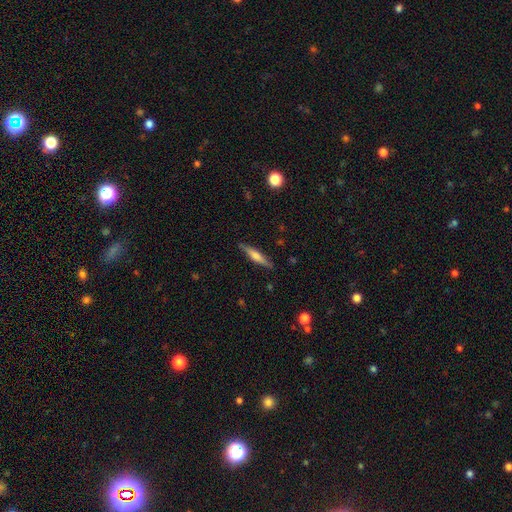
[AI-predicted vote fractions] smooth-or-featured: featured or disk: 50% | smooth: 43% | star or artifact: 6%
  disk-edge-on: yes: 96% | no: 4%
  merging: none: 88% | minor disturbance: 8% | major disturbance: 2% | merger: 1%